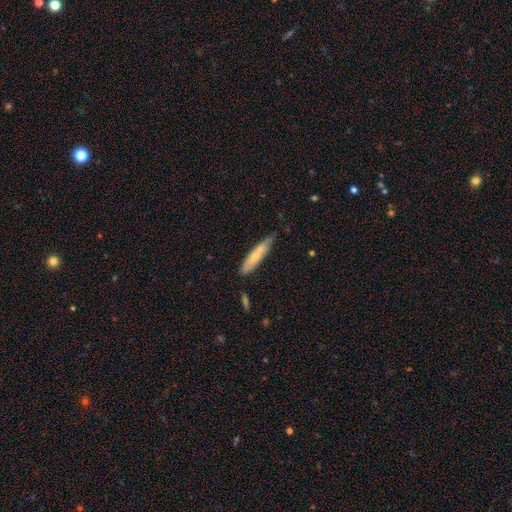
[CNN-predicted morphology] type=smooth (64%); roundness=cigar-shaped (85%); merging=none (73%).